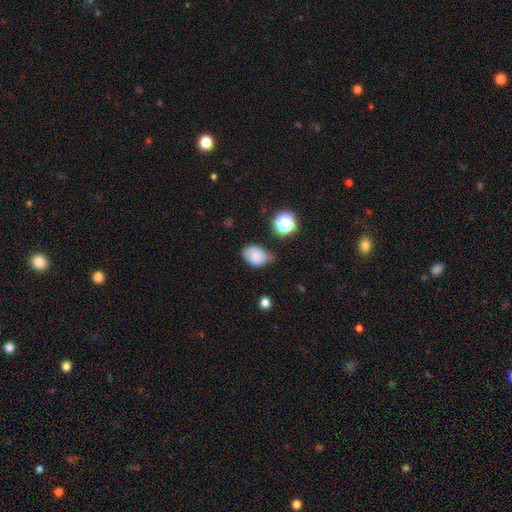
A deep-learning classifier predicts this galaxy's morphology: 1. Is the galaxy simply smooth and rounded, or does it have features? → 79% smooth, 11% star or artifact, 10% featured or disk.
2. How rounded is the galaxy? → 70% in between, 29% round, 1% cigar-shaped.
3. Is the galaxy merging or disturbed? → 53% none, 35% minor disturbance, 8% major disturbance, 4% merger.